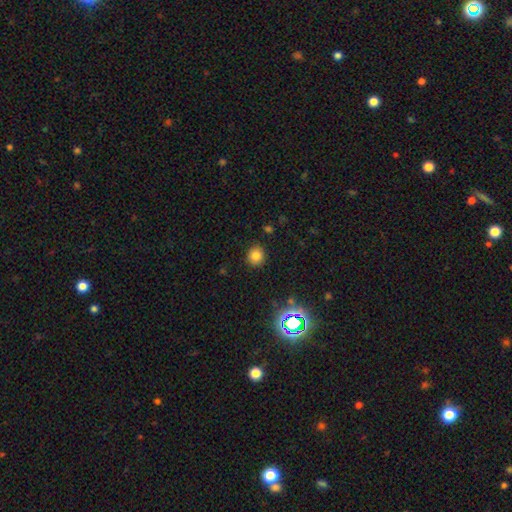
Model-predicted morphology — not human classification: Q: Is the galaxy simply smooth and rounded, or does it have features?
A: smooth — 79%.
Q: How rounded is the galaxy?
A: round — 84%.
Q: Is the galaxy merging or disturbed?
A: none — 88%.